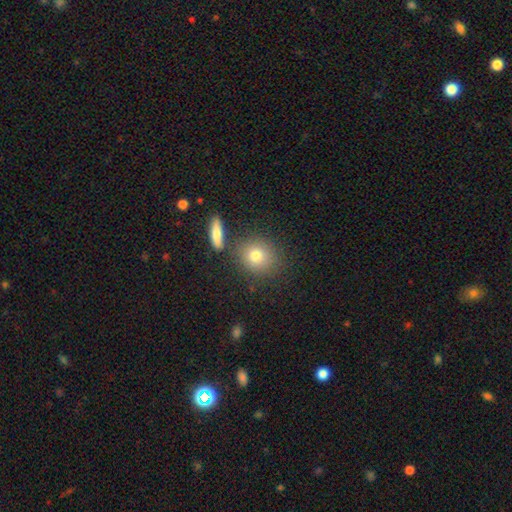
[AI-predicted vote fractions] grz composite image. It shows a smooth galaxy with no disk features (78%) that is round (73%). Merging: none (77%).